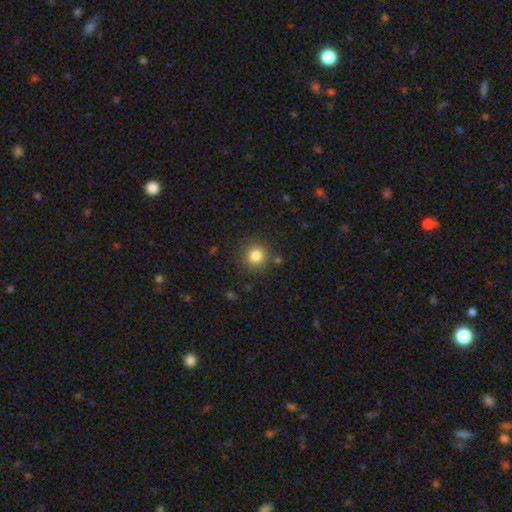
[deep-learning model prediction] Smooth or featured?
  - smooth: 82% *
  - star or artifact: 12%
  - featured or disk: 6%
How rounded?
  - round: 92% *
  - in between: 7%
  - cigar-shaped: 1%
Merging?
  - none: 86% *
  - minor disturbance: 8%
  - merger: 3%
  - major disturbance: 3%